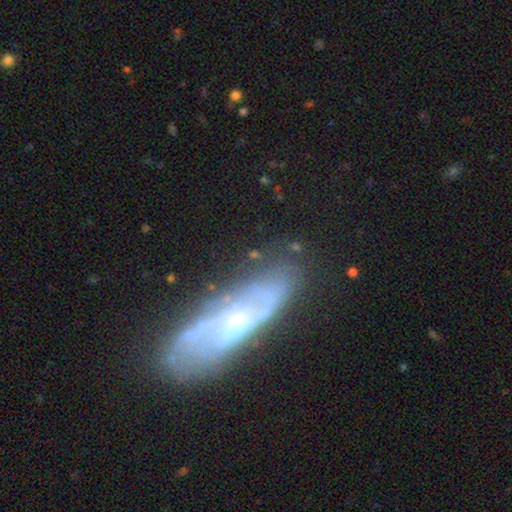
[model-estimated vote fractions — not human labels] Morphology: type=featured or disk (68%); edge-on=no (70%); merging=none (70%).